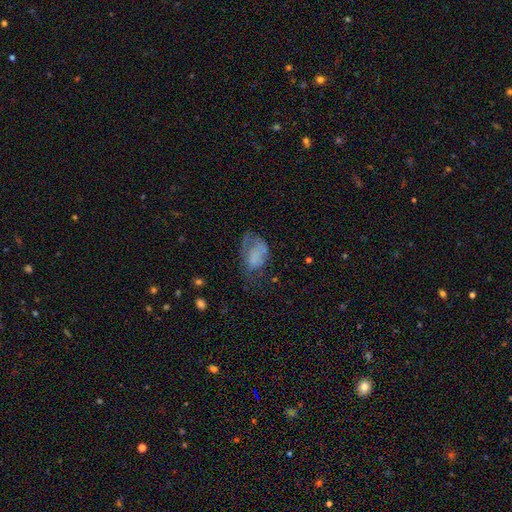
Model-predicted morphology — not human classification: type=smooth (56%); roundness=in between (84%); merging=major disturbance (41%).